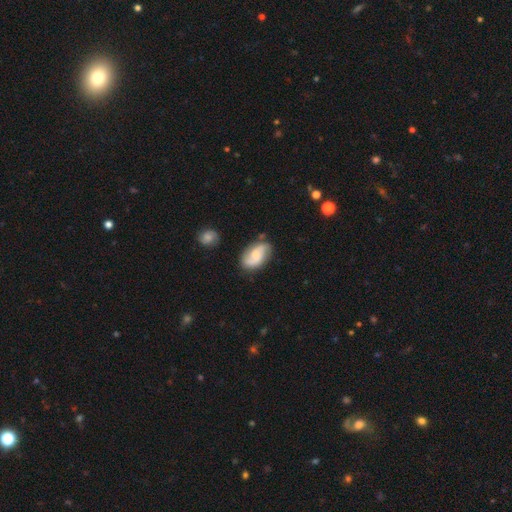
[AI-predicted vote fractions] This is possibly a featured or disk galaxy (58%). It is clearly not viewed edge-on (97%). Bar: possibly no (50%). Spiral arm pattern: clearly yes (93%). Spiral arm count: clearly 2 (85%). Spiral winding: marginally loose (42%). Central bulge: marginally small (36%, tied with moderate). Merging: likely none (73%).